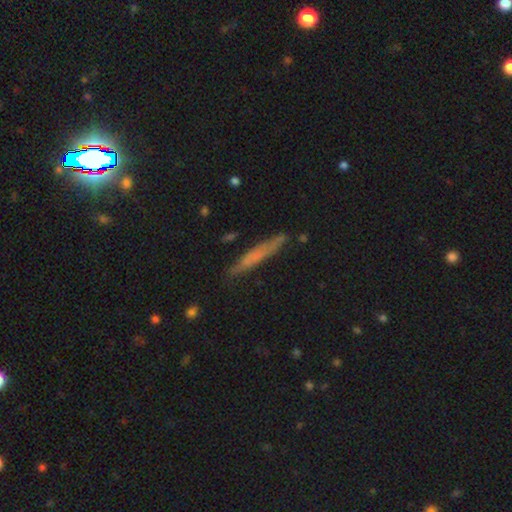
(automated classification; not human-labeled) Smooth or featured: smooth — 60% (featured or disk — 31%)
How rounded: cigar-shaped — 94% (in between — 5%)
Merging: none — 79% (minor disturbance — 15%)